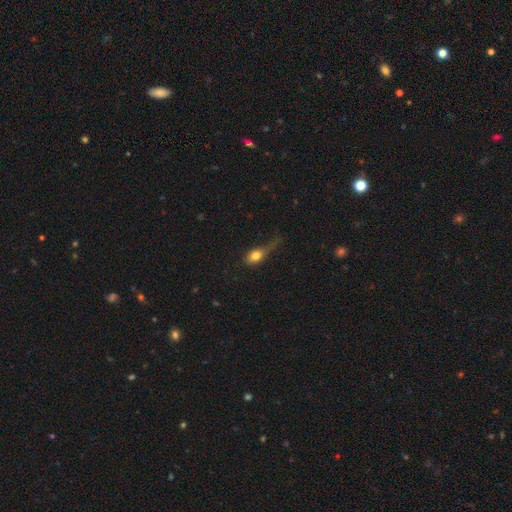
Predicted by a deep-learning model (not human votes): This is likely a smooth galaxy (78%). How rounded: likely in between (73%). Merging: marginally major disturbance (33%).